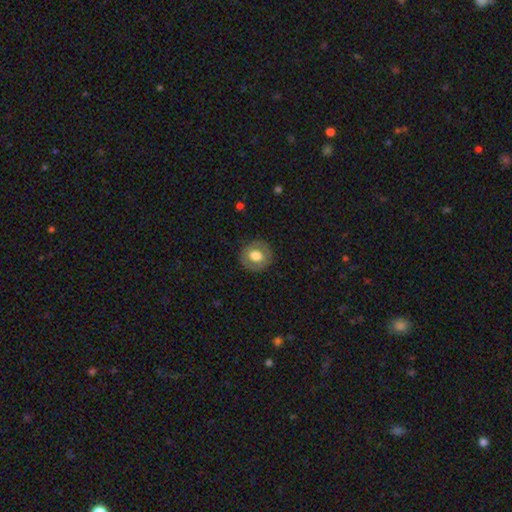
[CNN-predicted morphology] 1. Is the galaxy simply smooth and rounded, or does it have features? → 62% smooth, 31% featured or disk, 7% star or artifact.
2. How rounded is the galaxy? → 84% round, 15% in between, 1% cigar-shaped.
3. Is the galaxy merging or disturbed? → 86% none, 10% minor disturbance, 3% major disturbance, 1% merger.